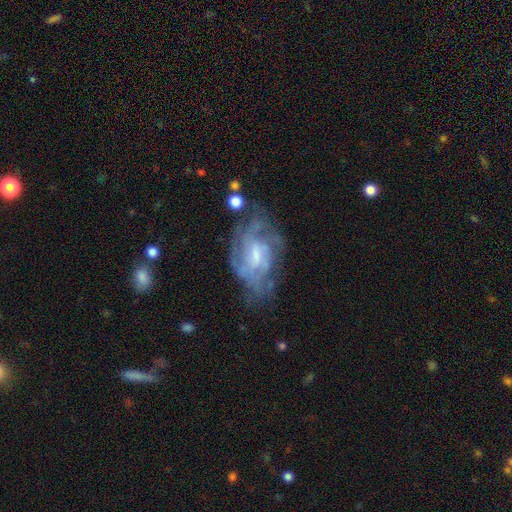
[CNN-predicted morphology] smooth-or-featured: featured or disk: 73% | smooth: 18% | star or artifact: 8%
  disk-edge-on: no: 96% | yes: 4%
    bar: weak: 46% (tied) | no: 46% (tied) | strong: 8%
    has-spiral-arms: yes: 73% | no: 27%
      spiral-winding: tight: 45% | medium: 39% | loose: 16%
      spiral-arm-count: can't tell: 54% | 3: 13% | 2: 13% | 4: 11% | more than 4: 4% | 1: 4%
    bulge-size: moderate: 40% | small: 39% | none: 15% | large: 6% | dominant: 1%
  merging: none: 51% | minor disturbance: 25% | major disturbance: 20% | merger: 4%